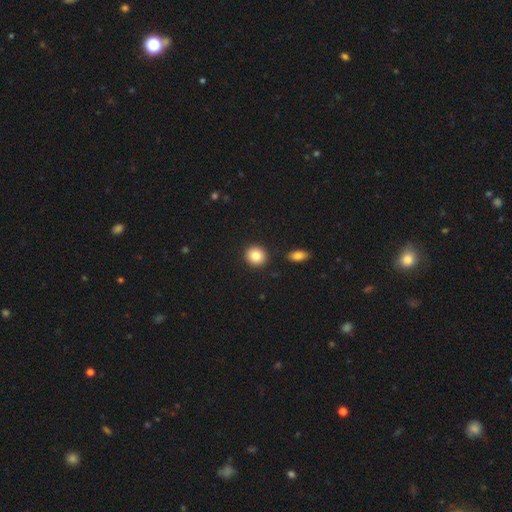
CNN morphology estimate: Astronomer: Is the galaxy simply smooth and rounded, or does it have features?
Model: smooth — 85%.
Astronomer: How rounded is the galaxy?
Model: round — 84%.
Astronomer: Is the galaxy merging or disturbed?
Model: none — 89%.